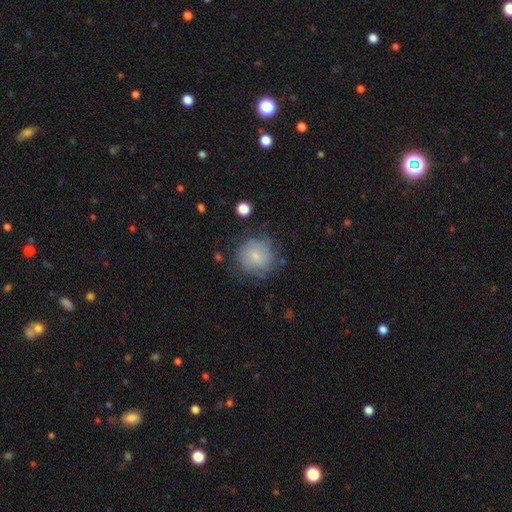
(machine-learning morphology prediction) A smooth galaxy with no disk features (68%) that is round (89%).

Vote fractions:
- Smooth or featured? smooth: 68% / featured or disk: 23% / star or artifact: 8%
- How rounded? round: 89% / in between: 10% / cigar-shaped: 1%
- Merging? none: 66% / minor disturbance: 22% / major disturbance: 9% / merger: 2%